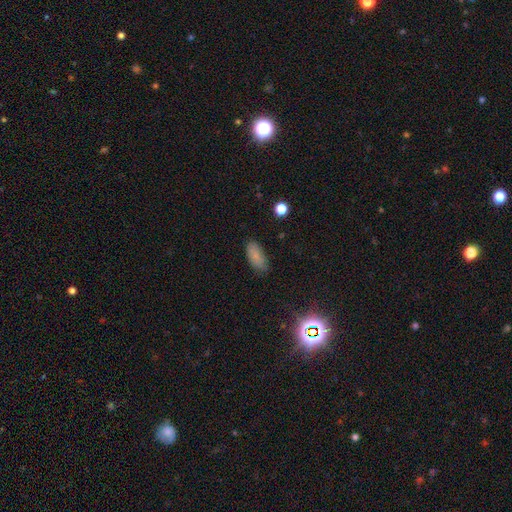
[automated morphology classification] type=smooth (81%); roundness=in between (87%); merging=none (78%).